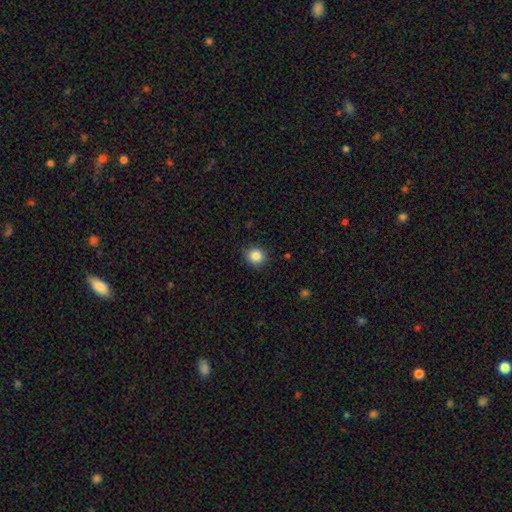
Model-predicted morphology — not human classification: Overall: smooth (86%). How rounded: round (90%). Merging: none (85%).